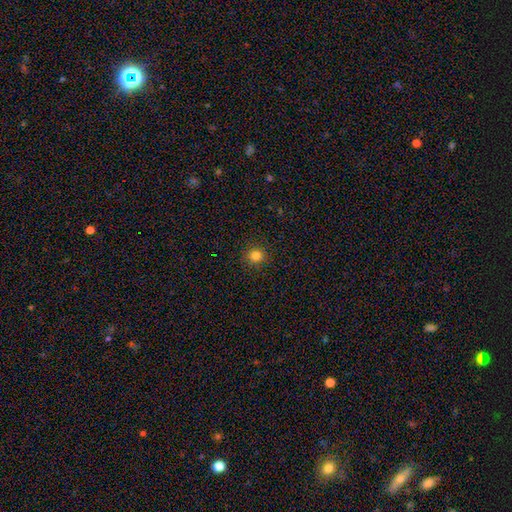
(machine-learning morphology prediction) The model was most divided on "smooth or featured": smooth: 83%, star or artifact: 13%, featured or disk: 4%. More confident: merging — none (91%); how rounded — round (89%).